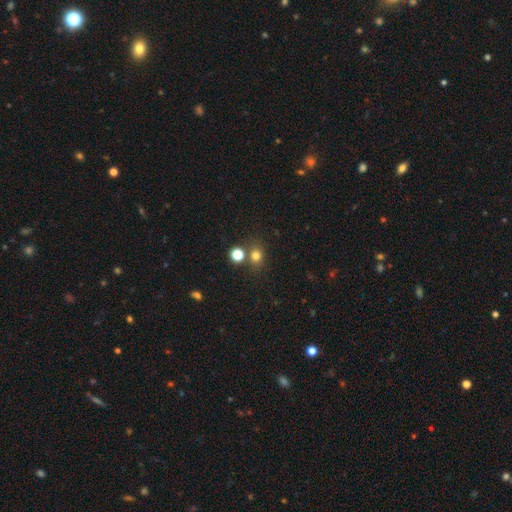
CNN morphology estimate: smooth-or-featured: smooth: 76% | star or artifact: 18% | featured or disk: 7%
  how-rounded: round: 71% | in between: 28% | cigar-shaped: 1%
  merging: none: 71% | merger: 16% | minor disturbance: 10% | major disturbance: 4%